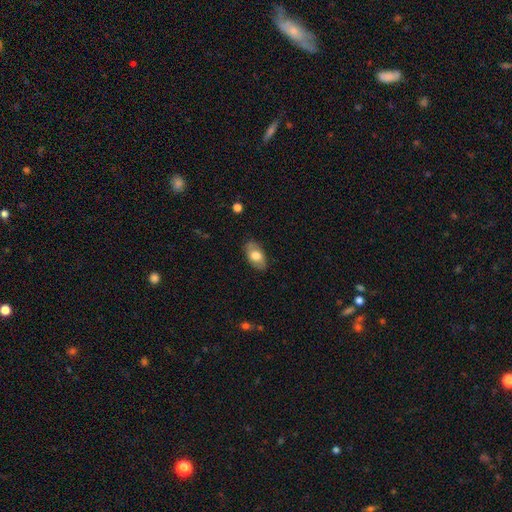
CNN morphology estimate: Overall: smooth (69%). How rounded: in between (93%). Merging: none (83%).